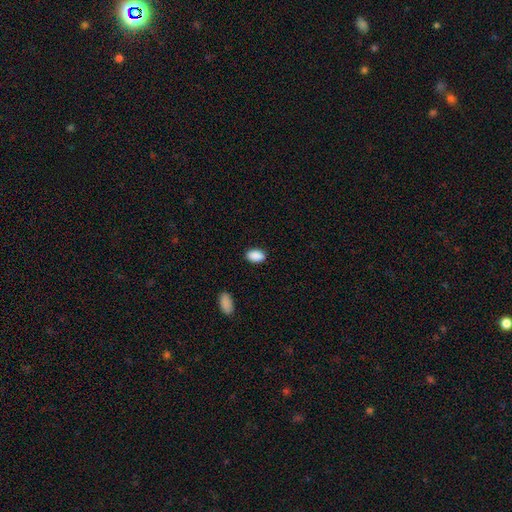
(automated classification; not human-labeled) Q: Smooth or featured?
A: smooth (90%); runner-up: star or artifact (7%)
Q: How rounded?
A: in between (91%); runner-up: round (8%)
Q: Merging?
A: none (87%); runner-up: minor disturbance (9%)